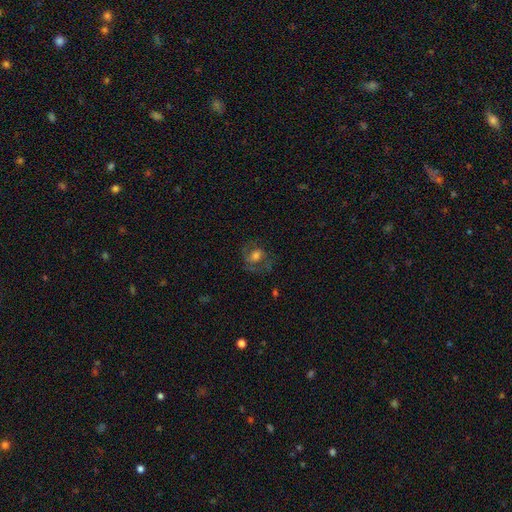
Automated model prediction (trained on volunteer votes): Smooth or featured? featured or disk (48%)
Merging? none (58%)